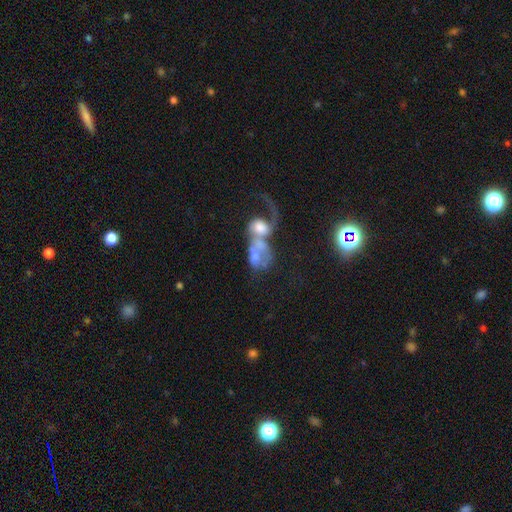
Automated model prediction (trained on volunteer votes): Smooth or featured: featured or disk — 55% (smooth — 35%)
Edge-on disk: no — 97% (yes — 3%)
Bar: no — 77% (weak — 18%)
Spiral arms: no — 55% (yes — 45%)
Bulge size: moderate — 34% (large — 23%)
Merging: merger — 68% (major disturbance — 19%)